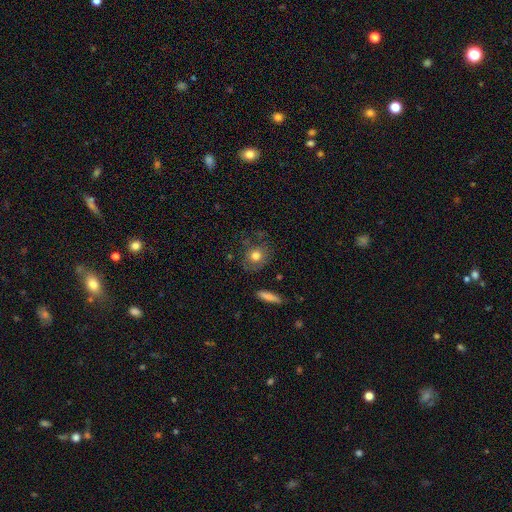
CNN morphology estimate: Q: Smooth or featured?
A: smooth (70%); runner-up: featured or disk (21%)
Q: How rounded?
A: round (73%); runner-up: in between (26%)
Q: Merging?
A: none (68%); runner-up: minor disturbance (19%)